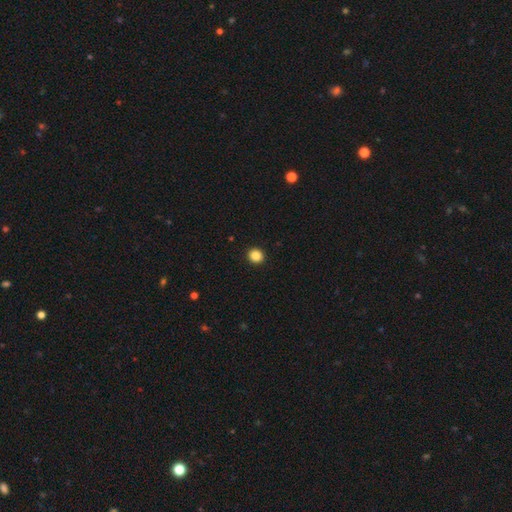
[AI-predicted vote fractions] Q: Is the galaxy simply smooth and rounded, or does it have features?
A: smooth — 87%.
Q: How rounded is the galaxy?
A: round — 87%.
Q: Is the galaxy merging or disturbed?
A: none — 93%.